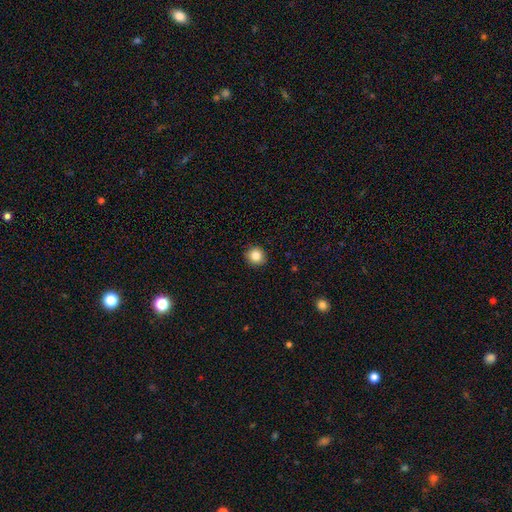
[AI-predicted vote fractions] smooth_or_featured: smooth (p=0.85) [alt: star or artifact p=0.10]
how_rounded: round (p=0.91) [alt: in between p=0.09]
merging: none (p=0.92) [alt: minor disturbance p=0.06]